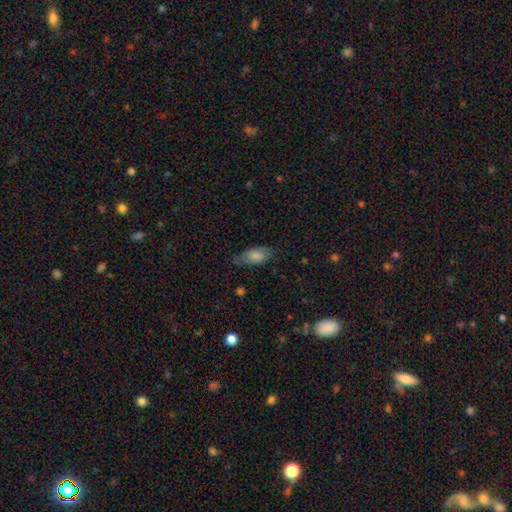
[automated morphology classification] Smooth or featured? Predicted: smooth (p=0.75). How rounded? Predicted: in between (p=0.90). Merging? Predicted: none (p=0.59).